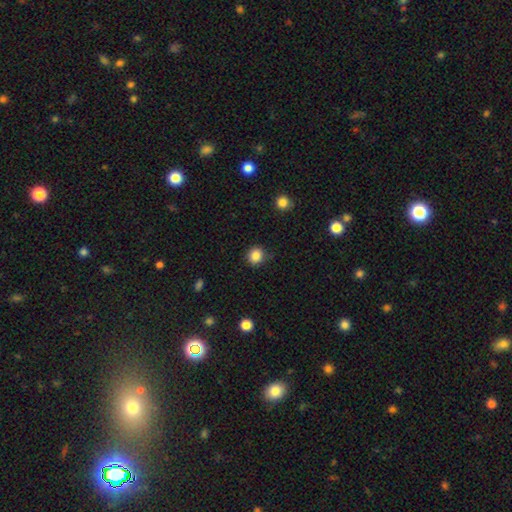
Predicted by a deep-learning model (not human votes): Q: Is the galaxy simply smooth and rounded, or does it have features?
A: smooth — 85%.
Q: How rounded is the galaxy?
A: round — 87%.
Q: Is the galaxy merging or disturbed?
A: none — 87%.